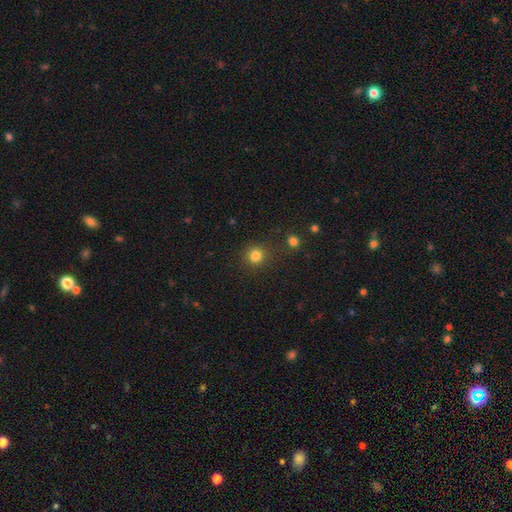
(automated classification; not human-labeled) smooth_or_featured: smooth (p=0.82) [alt: star or artifact p=0.13]
how_rounded: round (p=0.92) [alt: in between p=0.07]
merging: none (p=0.85) [alt: minor disturbance p=0.08]